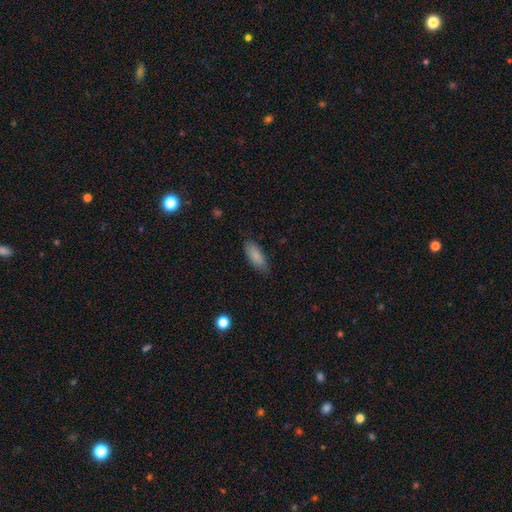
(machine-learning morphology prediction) This is clearly a smooth galaxy (87%). How rounded: likely in between (72%). Merging: clearly none (82%).